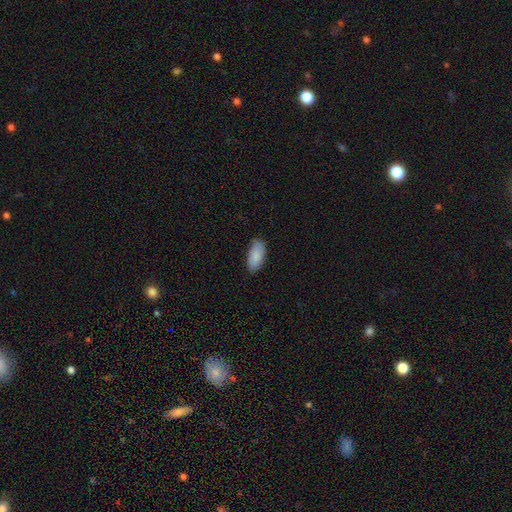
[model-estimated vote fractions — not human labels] smooth_or_featured: smooth (p=0.88) [alt: featured or disk p=0.06]
how_rounded: in between (p=0.92) [alt: cigar-shaped p=0.06]
merging: none (p=0.80) [alt: minor disturbance p=0.16]